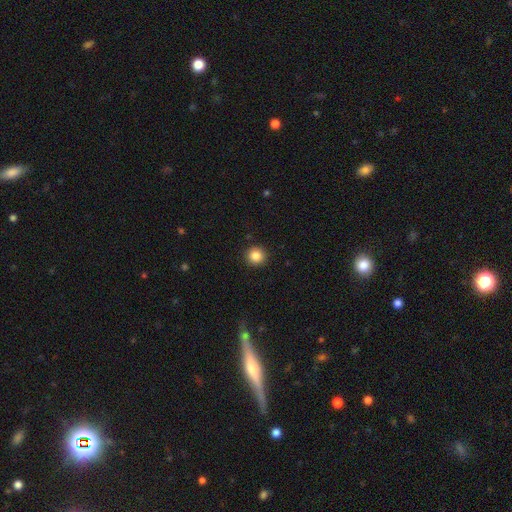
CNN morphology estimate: A smooth galaxy with no disk features (85%) that is round (94%). Merging: none (92%).